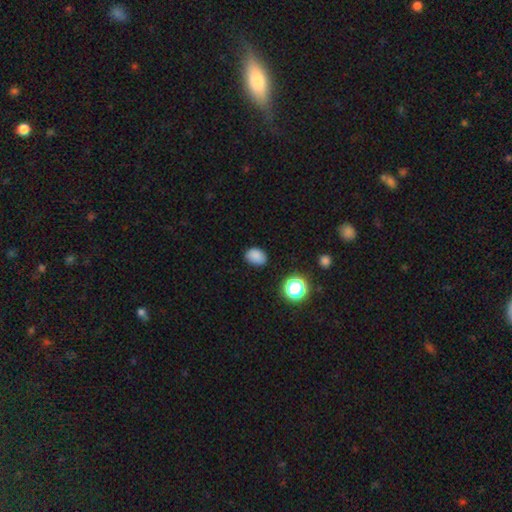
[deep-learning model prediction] Morphology: type=smooth (83%); roundness=in between (68%); merging=none (82%).